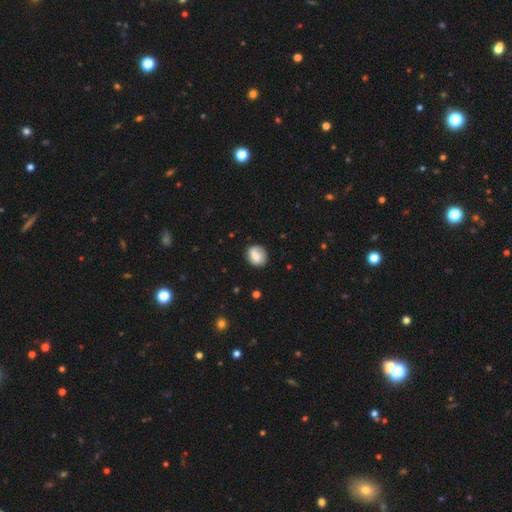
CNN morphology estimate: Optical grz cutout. It shows a smooth galaxy with no disk features (72%) that is round (68%). Merging: none (75%).